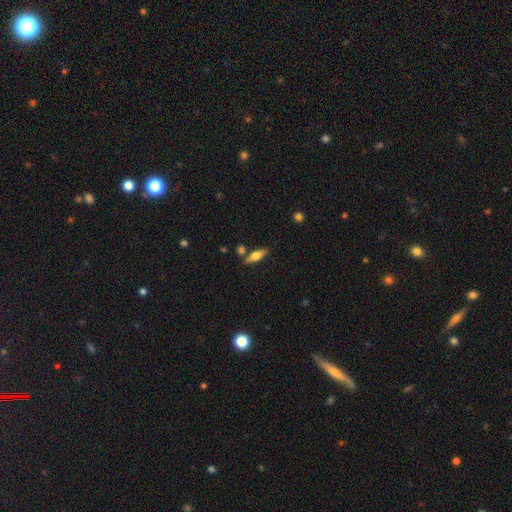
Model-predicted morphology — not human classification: Smooth or featured? featured or disk (47%)
Merging? none (78%)